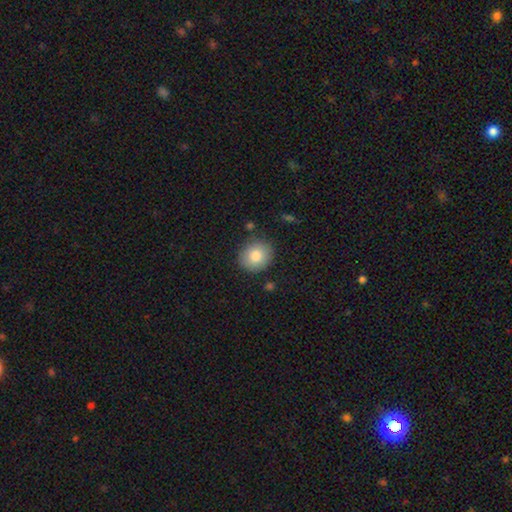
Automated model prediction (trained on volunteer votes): Smooth or featured? smooth (83%)
How rounded? round (80%)
Merging? none (85%)